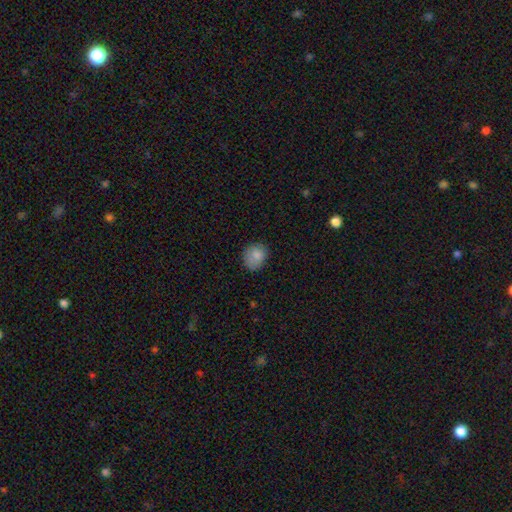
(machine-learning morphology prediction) smooth_or_featured: smooth (p=0.83) [alt: star or artifact p=0.09]
how_rounded: round (p=0.65) [alt: in between p=0.34]
merging: none (p=0.69) [alt: minor disturbance p=0.24]